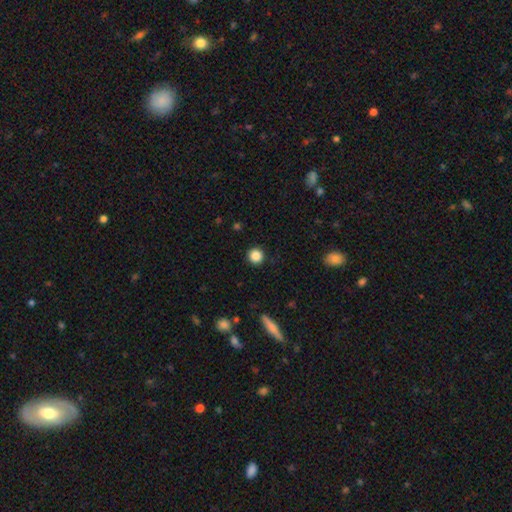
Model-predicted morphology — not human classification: A smooth galaxy with no disk features (87%) that is round (95%).

Vote fractions:
- Smooth or featured? smooth: 87% / star or artifact: 10% / featured or disk: 3%
- How rounded? round: 95% / in between: 4% / cigar-shaped: 1%
- Merging? none: 92% / minor disturbance: 5% / major disturbance: 2% / merger: 1%